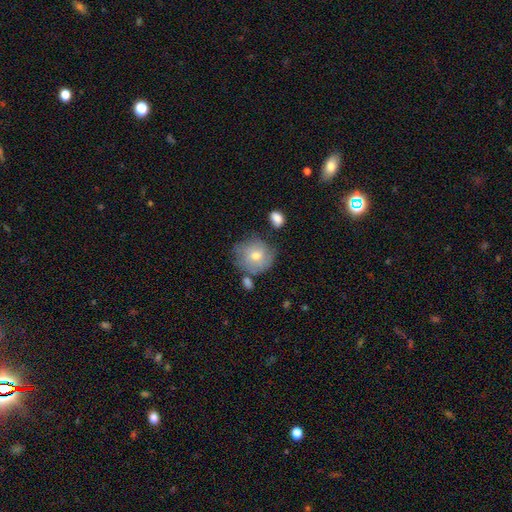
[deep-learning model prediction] This appears to be a smooth galaxy with no disk features (57%) that is round (86%). Merging: none (61%).